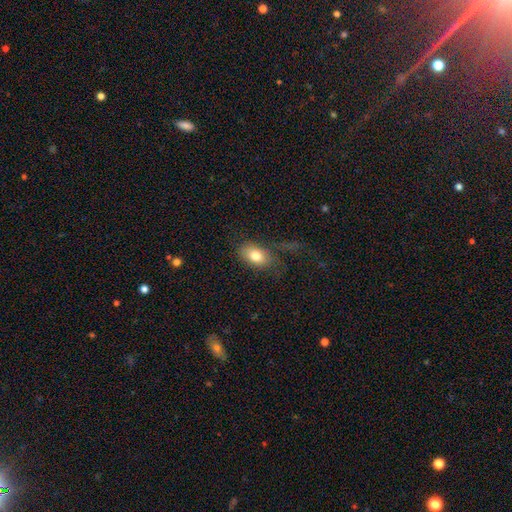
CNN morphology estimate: Smooth or featured?
  - smooth: 78% *
  - featured or disk: 13%
  - star or artifact: 8%
How rounded?
  - in between: 89% *
  - round: 9%
  - cigar-shaped: 2%
Merging?
  - none: 57% *
  - minor disturbance: 23%
  - major disturbance: 18%
  - merger: 2%